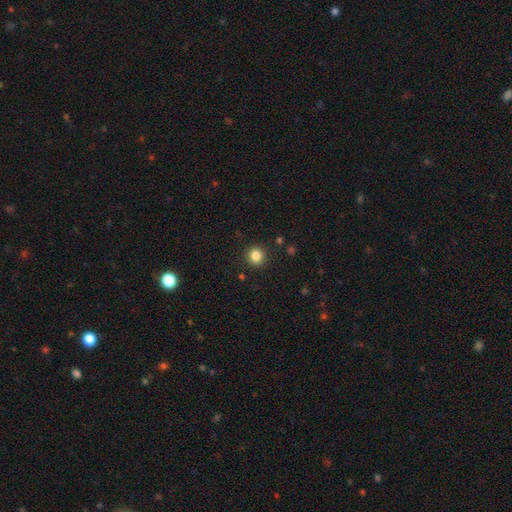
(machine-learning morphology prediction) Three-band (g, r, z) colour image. It shows a smooth galaxy with no disk features (84%) that is round (92%). Merging: none (91%).